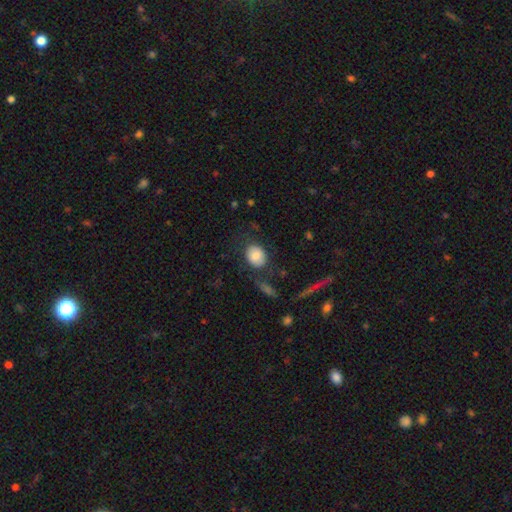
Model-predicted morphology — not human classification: Smooth or featured?
  - smooth: 81% *
  - featured or disk: 12%
  - star or artifact: 8%
How rounded?
  - round: 51% *
  - in between: 48%
  - cigar-shaped: 1%
Merging?
  - none: 71% *
  - minor disturbance: 15%
  - major disturbance: 9%
  - merger: 5%